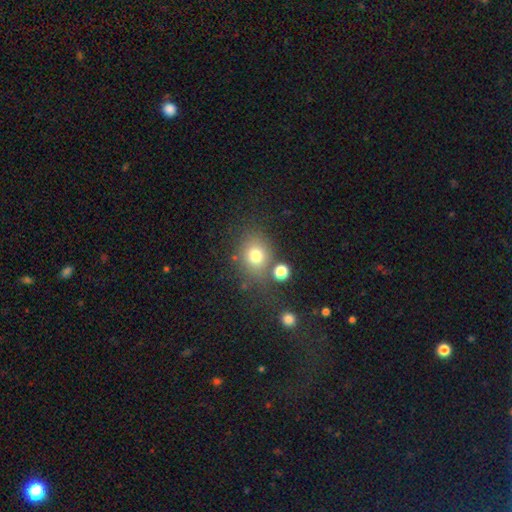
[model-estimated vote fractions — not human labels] A smooth galaxy with no disk features (75%) that is round (65%). Merging: none (70%).